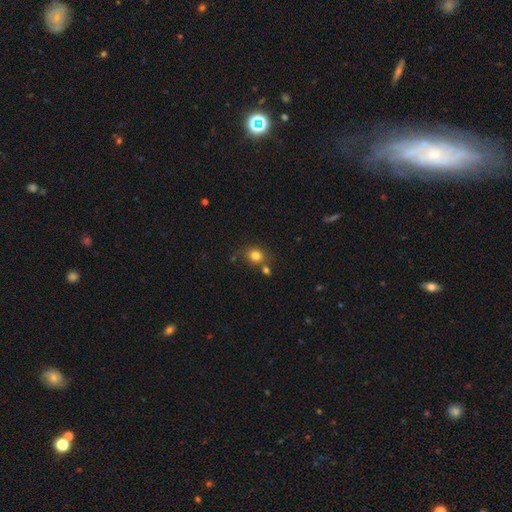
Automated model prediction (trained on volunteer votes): This appears to be a smooth galaxy with no disk features (80%) that is round (71%). Merging: none (66%).